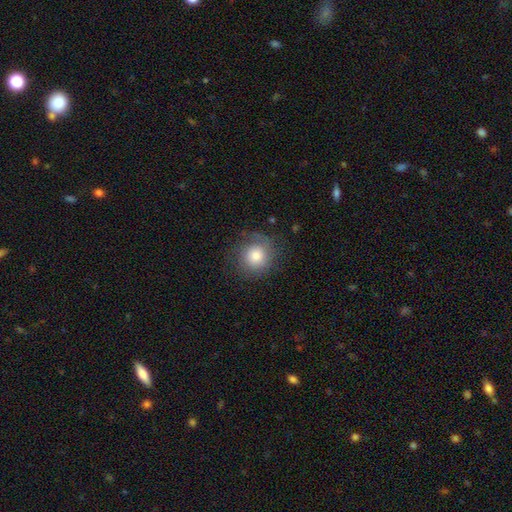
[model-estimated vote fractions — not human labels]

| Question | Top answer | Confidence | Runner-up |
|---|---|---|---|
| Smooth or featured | smooth | 73% | featured or disk (18%) |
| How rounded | round | 90% | in between (10%) |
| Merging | none | 72% | minor disturbance (17%) |